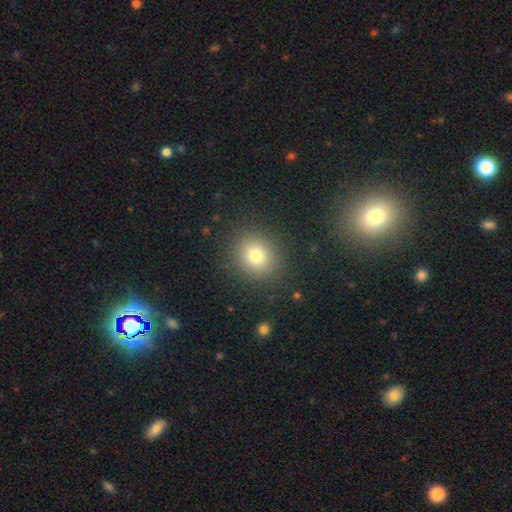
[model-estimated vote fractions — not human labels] smooth-or-featured: smooth: 76% | star or artifact: 15% | featured or disk: 9%
  how-rounded: round: 80% | in between: 19% | cigar-shaped: 1%
  merging: none: 88% | minor disturbance: 7% | major disturbance: 4% | merger: 1%